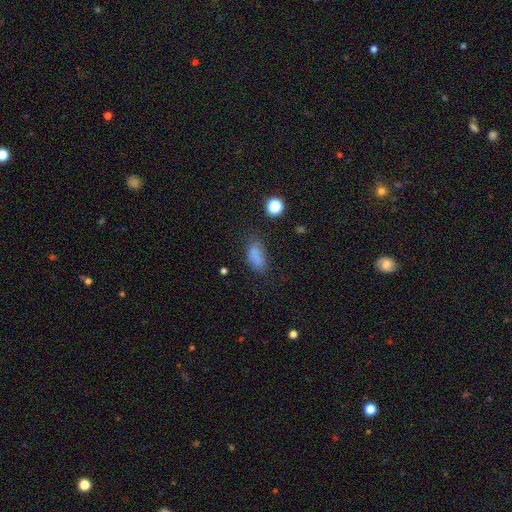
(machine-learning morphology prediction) The model was most divided on "merging": none: 57%, minor disturbance: 24%, major disturbance: 12%, merger: 7%. More confident: how rounded — in between (86%); smooth or featured — smooth (75%).